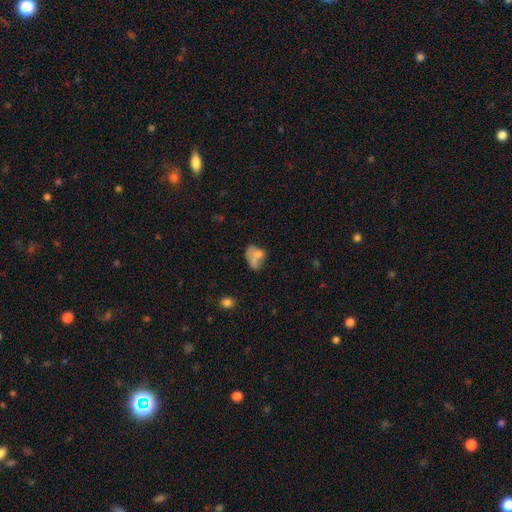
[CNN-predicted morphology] A smooth galaxy with no disk features (64%) that is in between round and cigar-shaped (74%). Merging: merger (42%).